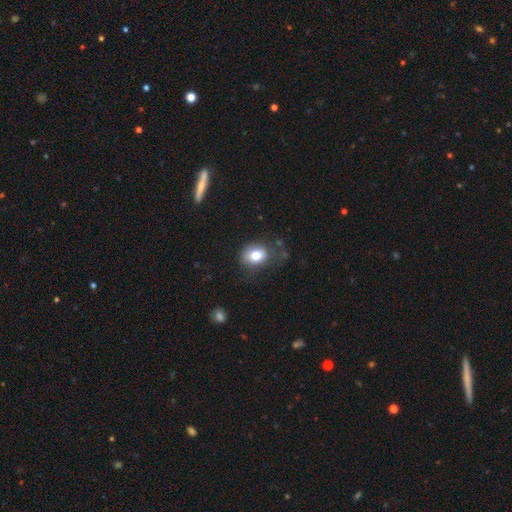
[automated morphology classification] Q: Smooth or featured?
A: smooth (78%); runner-up: featured or disk (12%)
Q: How rounded?
A: in between (58%); runner-up: round (41%)
Q: Merging?
A: none (67%); runner-up: minor disturbance (22%)